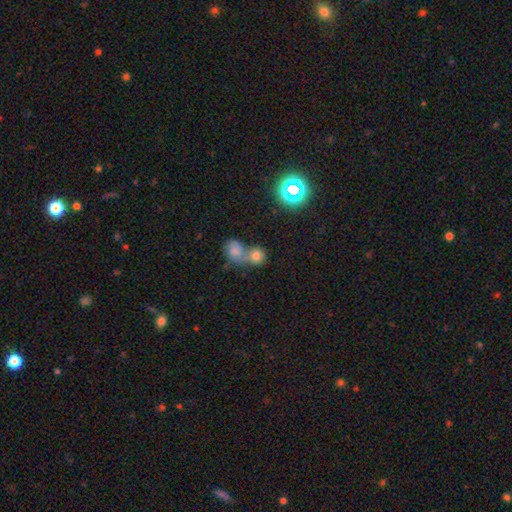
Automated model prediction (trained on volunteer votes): smooth 72%, star or artifact 15%, featured or disk 13%. Down the decision tree: how rounded — round (79%); merging — merger (61%).